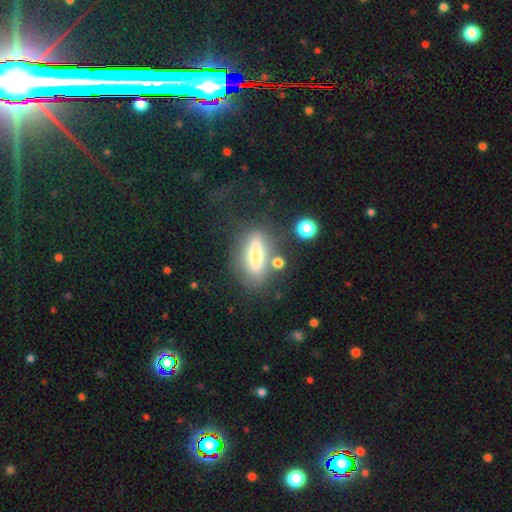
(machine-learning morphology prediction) This is possibly a smooth galaxy (55%). How rounded: possibly in between (52%). Merging: likely none (64%).